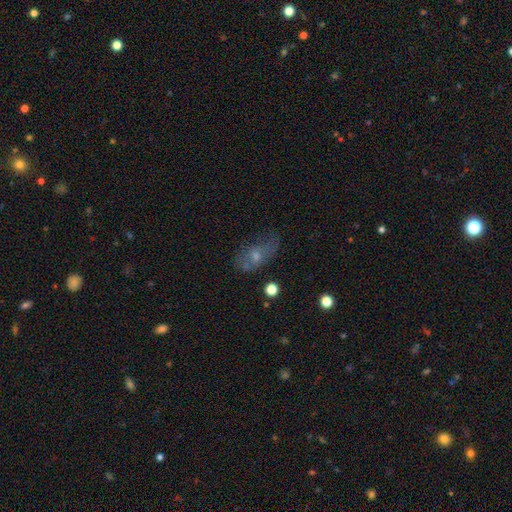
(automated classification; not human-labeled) This is possibly a smooth galaxy (50%). How rounded: clearly in between (81%). Merging: possibly none (46%).